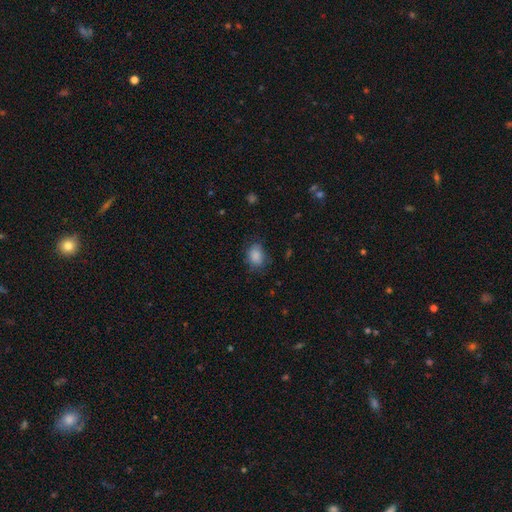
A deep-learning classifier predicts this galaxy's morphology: Smooth or featured? smooth (86%)
How rounded? in between (61%)
Merging? none (69%)